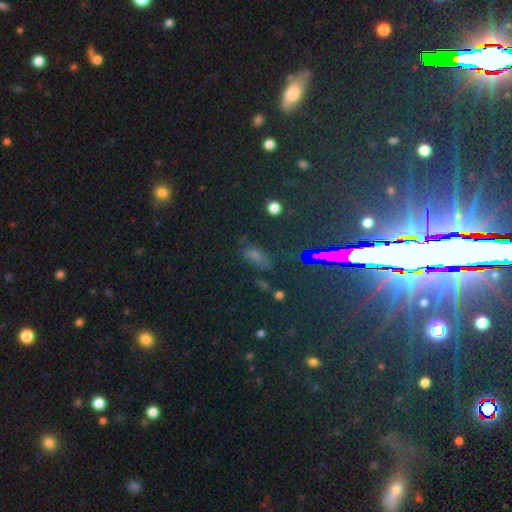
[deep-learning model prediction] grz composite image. It shows a star or artifact, not a galaxy (46%).